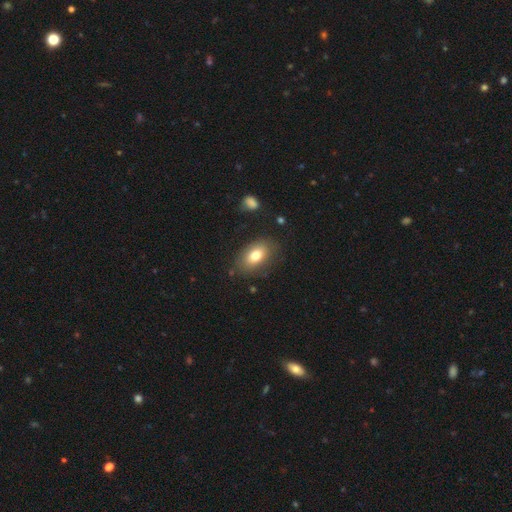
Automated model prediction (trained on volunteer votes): Morphology: type=smooth (77%); roundness=in between (89%); merging=none (81%).